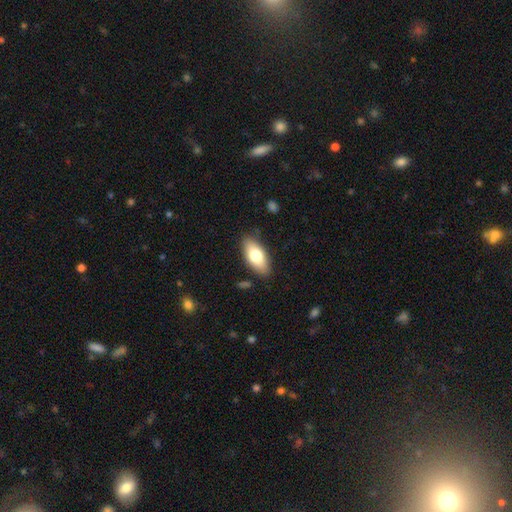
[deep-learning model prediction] smooth-or-featured: smooth: 75% | featured or disk: 19% | star or artifact: 6%
  how-rounded: in between: 87% | cigar-shaped: 10% | round: 3%
  merging: none: 85% | minor disturbance: 11% | major disturbance: 2% | merger: 2%